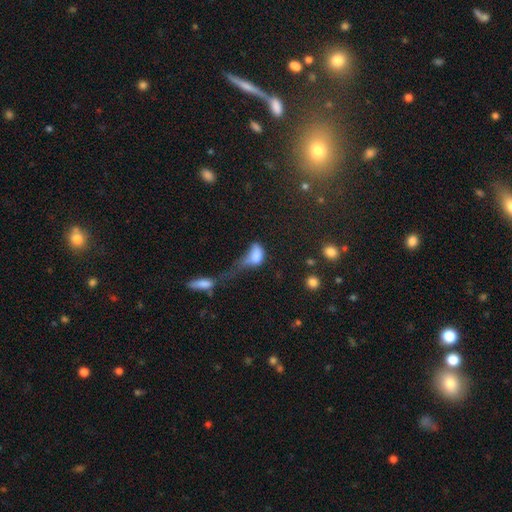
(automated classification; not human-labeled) Q: Smooth or featured?
A: smooth (73%); runner-up: featured or disk (17%)
Q: How rounded?
A: in between (84%); runner-up: round (11%)
Q: Merging?
A: major disturbance (45%); runner-up: merger (30%)